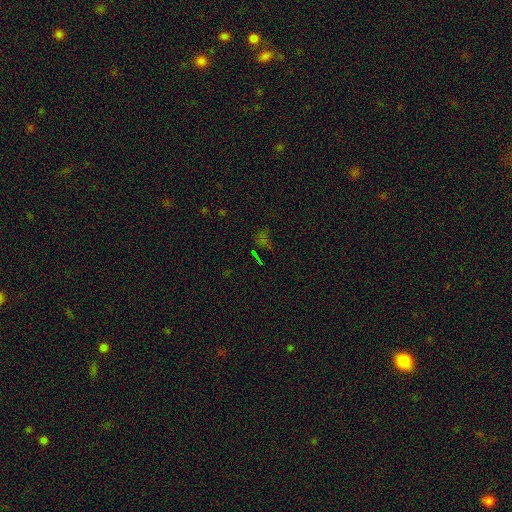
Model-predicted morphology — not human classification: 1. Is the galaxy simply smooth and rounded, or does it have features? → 68% star or artifact, 23% smooth, 9% featured or disk.